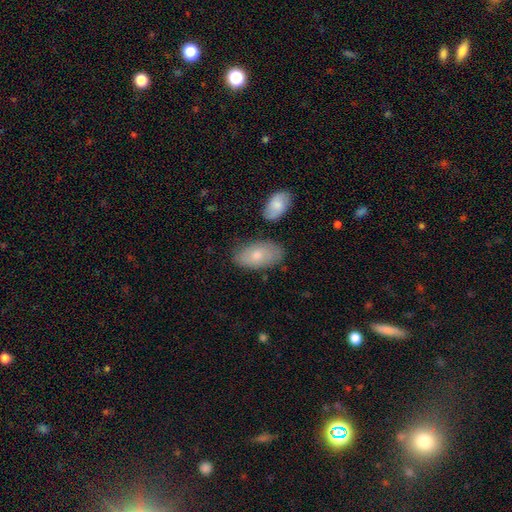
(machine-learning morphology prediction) A smooth galaxy with no disk features (70%) that is in between round and cigar-shaped (94%).

Vote fractions:
- Smooth or featured? smooth: 70% / featured or disk: 23% / star or artifact: 7%
- How rounded? in between: 94% / round: 4% / cigar-shaped: 2%
- Merging? none: 76% / minor disturbance: 16% / merger: 5% / major disturbance: 3%